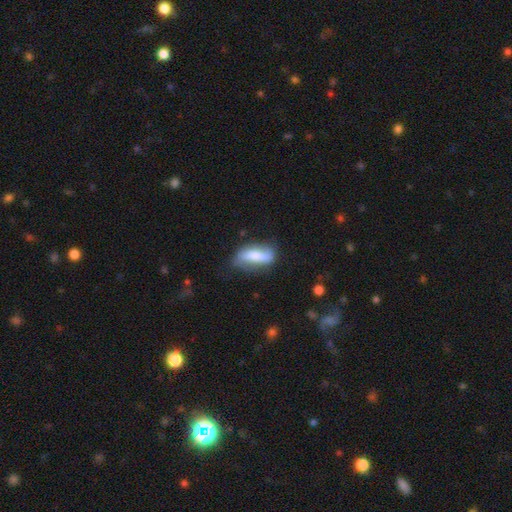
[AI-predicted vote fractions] A smooth galaxy with no disk features (55%) that is in between round and cigar-shaped (66%).

Vote fractions:
- Smooth or featured? smooth: 55% / featured or disk: 38% / star or artifact: 7%
- How rounded? in between: 66% / cigar-shaped: 31% / round: 3%
- Merging? none: 62% / minor disturbance: 26% / major disturbance: 9% / merger: 3%